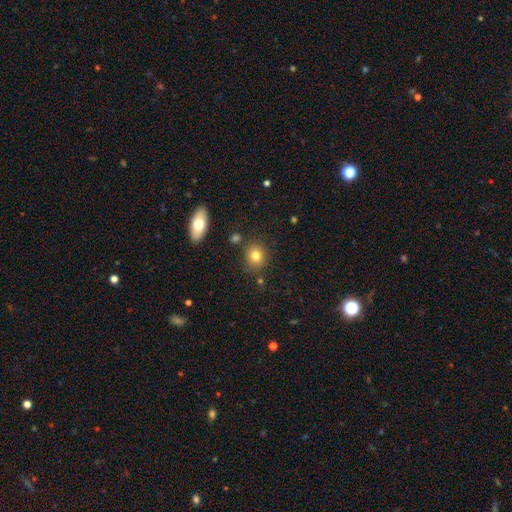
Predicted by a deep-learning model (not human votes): This appears to be a smooth galaxy with no disk features (80%) that is round (70%). Merging: none (80%).